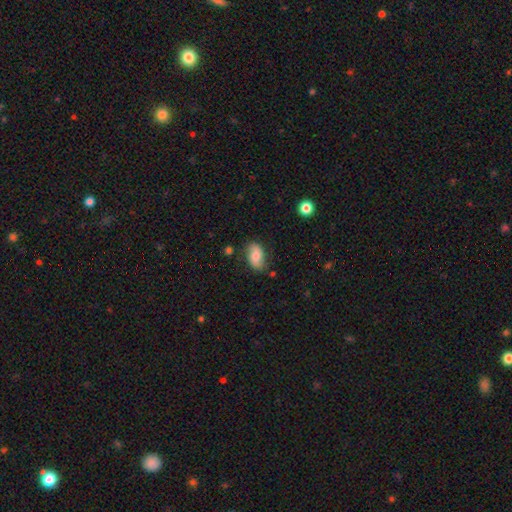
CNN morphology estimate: Smooth or featured: smooth — 67% (featured or disk — 26%)
How rounded: in between — 91% (round — 6%)
Merging: none — 73% (minor disturbance — 19%)